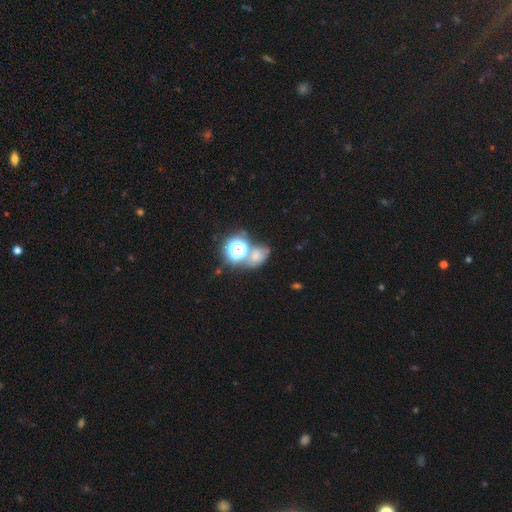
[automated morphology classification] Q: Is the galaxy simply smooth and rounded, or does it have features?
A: smooth — 49%.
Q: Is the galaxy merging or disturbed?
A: none — 47%.